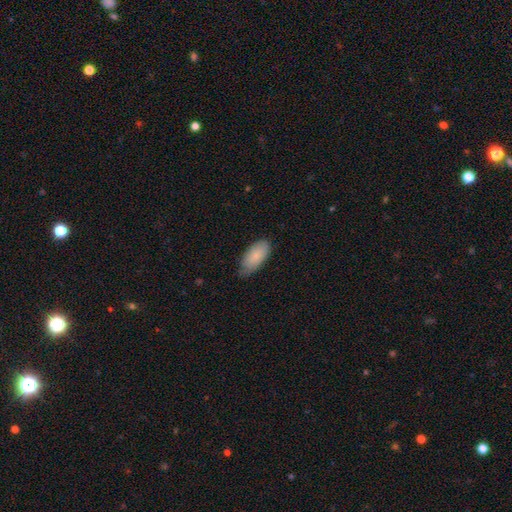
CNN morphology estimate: Overall: smooth (82%). How rounded: in between (93%). Merging: none (62%; minor disturbance 32%).